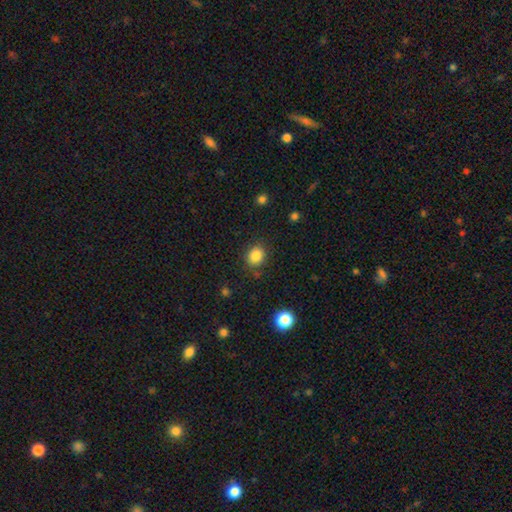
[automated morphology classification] smooth-or-featured: smooth: 84% | star or artifact: 11% | featured or disk: 5%
  how-rounded: round: 72% | in between: 27% | cigar-shaped: 1%
  merging: none: 83% | minor disturbance: 11% | major disturbance: 3% | merger: 2%